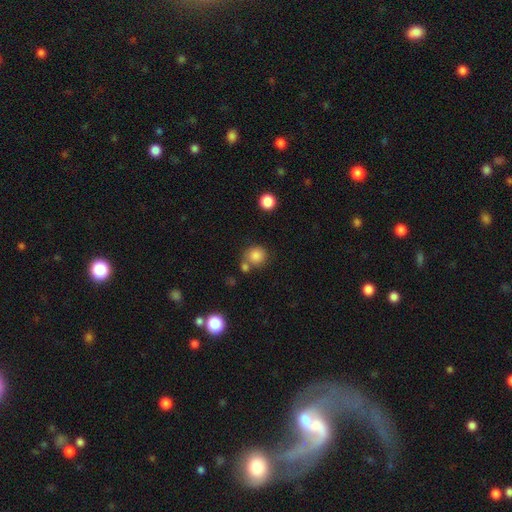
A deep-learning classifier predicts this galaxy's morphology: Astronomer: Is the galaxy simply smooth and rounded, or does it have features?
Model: smooth — 83%.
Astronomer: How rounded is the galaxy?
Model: round — 89%.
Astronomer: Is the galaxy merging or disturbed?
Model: none — 65%.